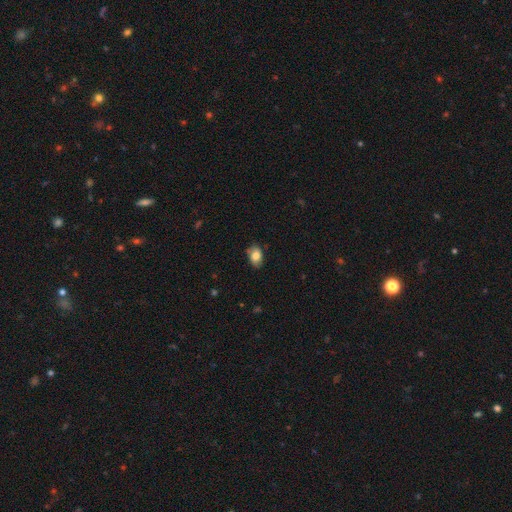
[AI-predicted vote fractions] A smooth galaxy with no disk features (80%) that is in between round and cigar-shaped (85%).

Vote fractions:
- Smooth or featured? smooth: 80% / featured or disk: 12% / star or artifact: 8%
- How rounded? in between: 85% / round: 13% / cigar-shaped: 1%
- Merging? none: 76% / minor disturbance: 20% / major disturbance: 3% / merger: 1%